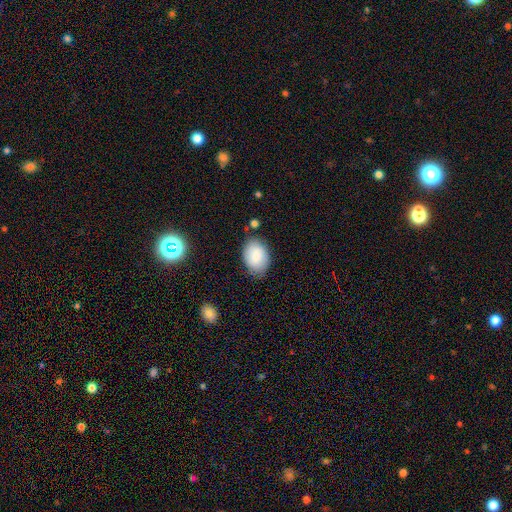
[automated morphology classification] Smooth or featured?
  - smooth: 85% *
  - featured or disk: 8%
  - star or artifact: 7%
How rounded?
  - in between: 81% *
  - round: 18%
  - cigar-shaped: 1%
Merging?
  - none: 76% *
  - minor disturbance: 18%
  - major disturbance: 4%
  - merger: 3%